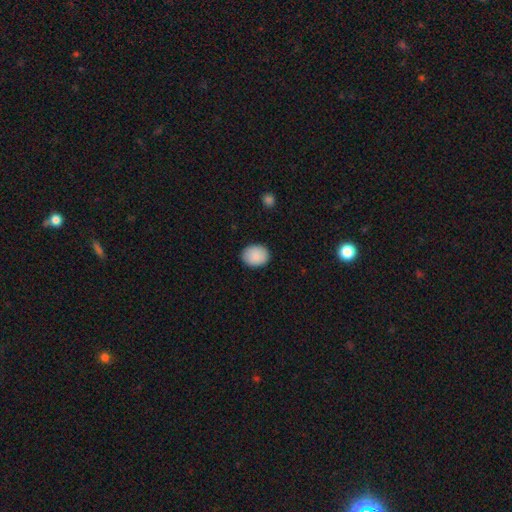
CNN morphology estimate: Smooth or featured? Predicted: smooth (p=0.90). How rounded? Predicted: in between (p=0.51). Merging? Predicted: none (p=0.88).